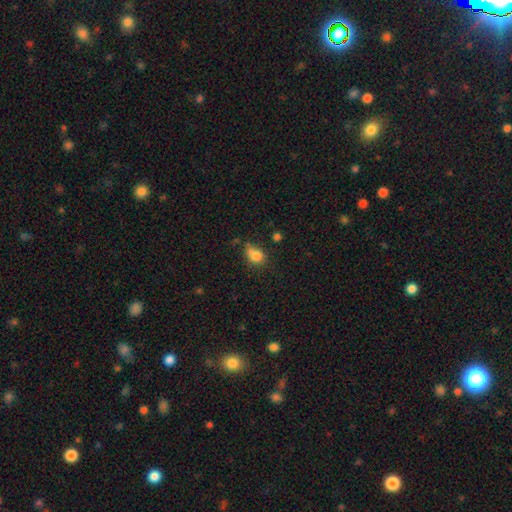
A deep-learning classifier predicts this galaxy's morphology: This is clearly a smooth galaxy (80%). How rounded: possibly in between (50%). Merging: marginally none (42%).